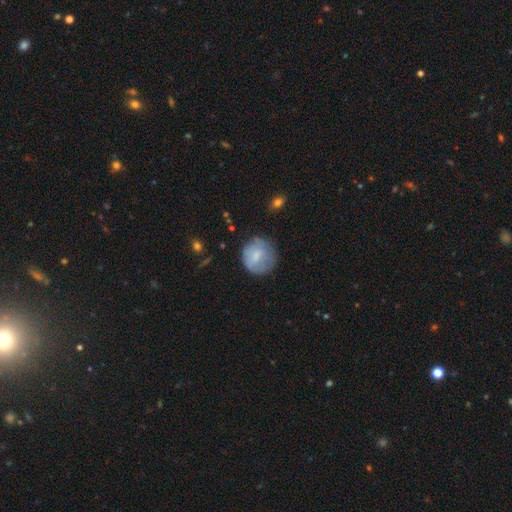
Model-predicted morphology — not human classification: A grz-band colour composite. It shows a smooth galaxy with no disk features (72%) that is round (88%). Merging: none (68%).